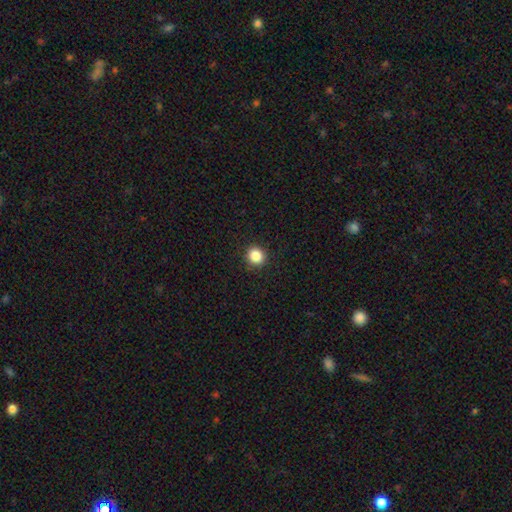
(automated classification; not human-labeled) A smooth galaxy with no disk features (86%) that is round (91%).

Vote fractions:
- Smooth or featured? smooth: 86% / star or artifact: 10% / featured or disk: 4%
- How rounded? round: 91% / in between: 8% / cigar-shaped: 1%
- Merging? none: 92% / minor disturbance: 5% / major disturbance: 2% / merger: 1%